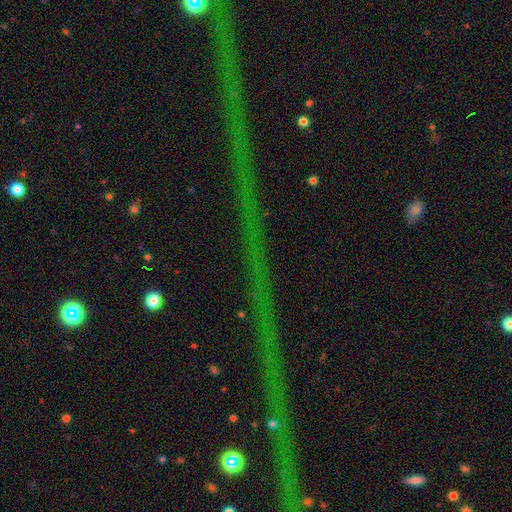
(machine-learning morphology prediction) This is likely a star or artifact rather than a galaxy (73%).